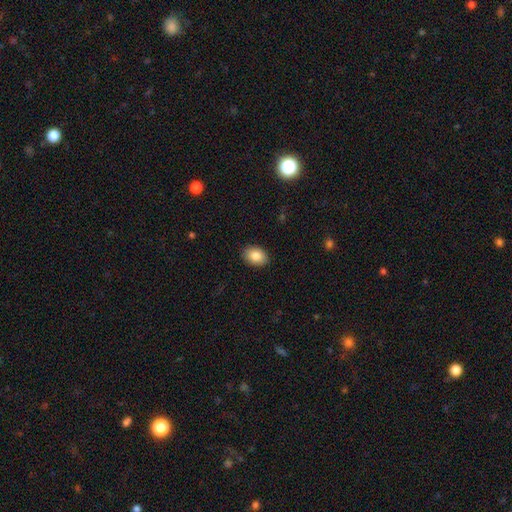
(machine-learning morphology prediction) Smooth or featured: smooth — 87% (star or artifact — 7%)
How rounded: in between — 82% (round — 17%)
Merging: none — 89% (minor disturbance — 8%)